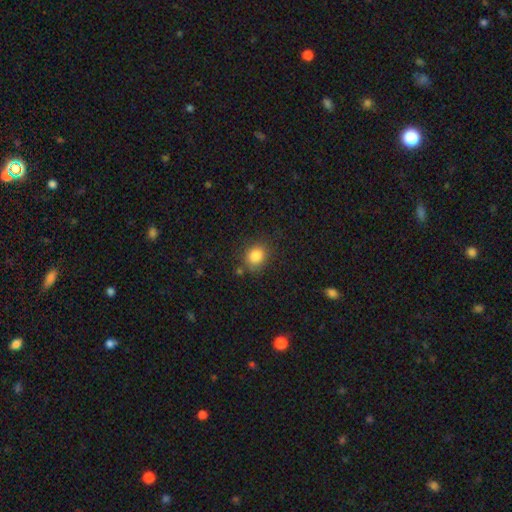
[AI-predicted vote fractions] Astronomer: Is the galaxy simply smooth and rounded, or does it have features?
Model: smooth — 85%.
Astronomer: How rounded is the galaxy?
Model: round — 72%.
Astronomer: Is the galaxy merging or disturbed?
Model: none — 77%.